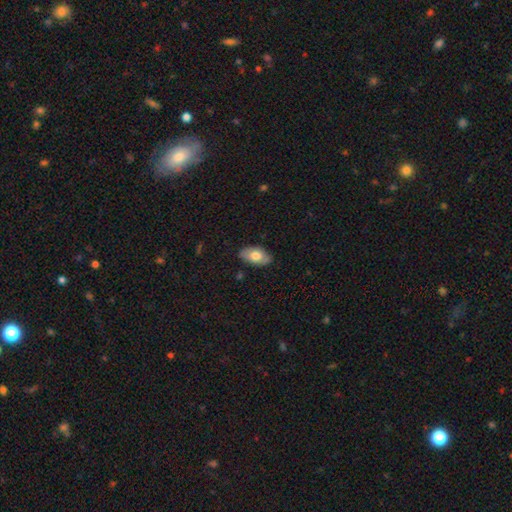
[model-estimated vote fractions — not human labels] A smooth galaxy with no disk features (71%) that is in between round and cigar-shaped (93%). Merging: none (84%).